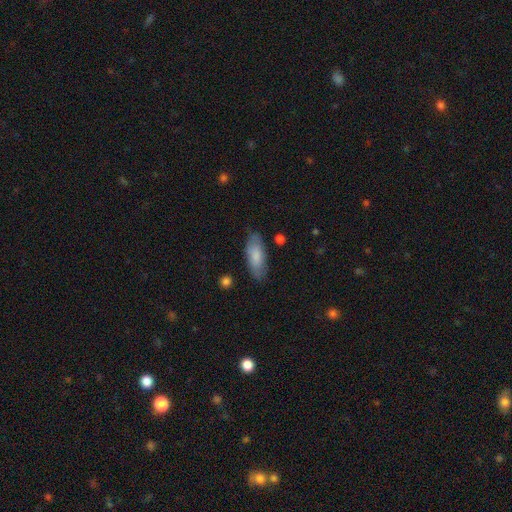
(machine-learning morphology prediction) smooth_or_featured: smooth (p=0.79) [alt: featured or disk p=0.15]
how_rounded: in between (p=0.74) [alt: cigar-shaped p=0.25]
merging: none (p=0.79) [alt: minor disturbance p=0.16]